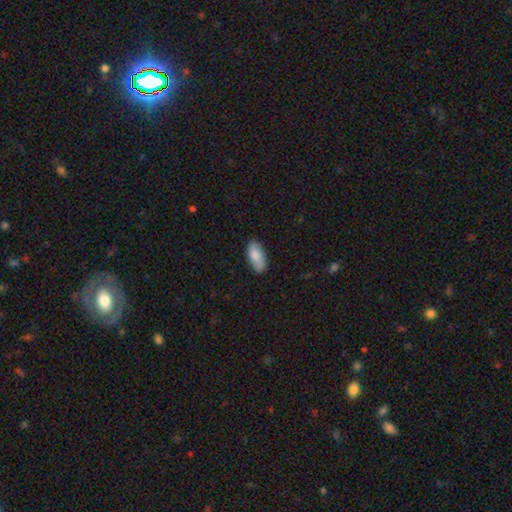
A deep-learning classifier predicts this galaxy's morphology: Smooth or featured?
  - smooth: 80% *
  - featured or disk: 14%
  - star or artifact: 6%
How rounded?
  - in between: 89% *
  - cigar-shaped: 9%
  - round: 2%
Merging?
  - none: 83% *
  - minor disturbance: 13%
  - major disturbance: 2%
  - merger: 1%